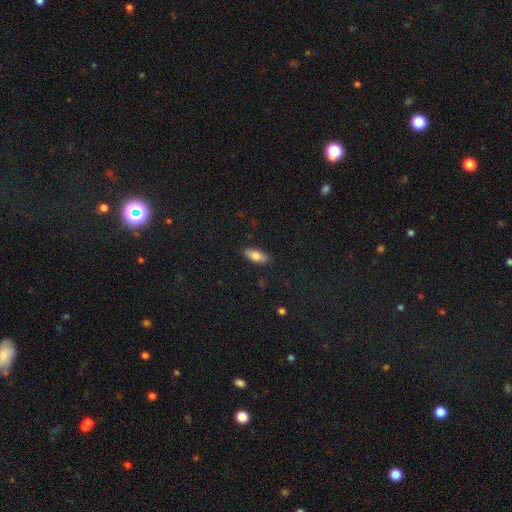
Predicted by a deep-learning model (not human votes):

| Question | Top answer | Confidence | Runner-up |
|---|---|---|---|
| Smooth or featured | smooth | 81% | featured or disk (13%) |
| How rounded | in between | 86% | cigar-shaped (11%) |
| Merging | none | 87% | minor disturbance (10%) |